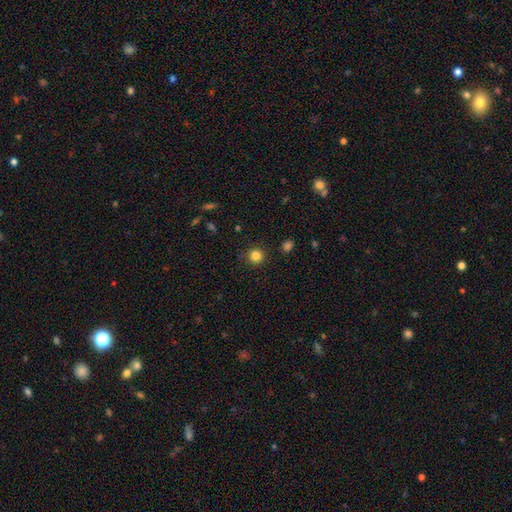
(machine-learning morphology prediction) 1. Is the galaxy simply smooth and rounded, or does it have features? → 84% smooth, 12% star or artifact, 4% featured or disk.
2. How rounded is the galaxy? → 93% round, 6% in between, 1% cigar-shaped.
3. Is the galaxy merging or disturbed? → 89% none, 7% minor disturbance, 2% major disturbance, 1% merger.